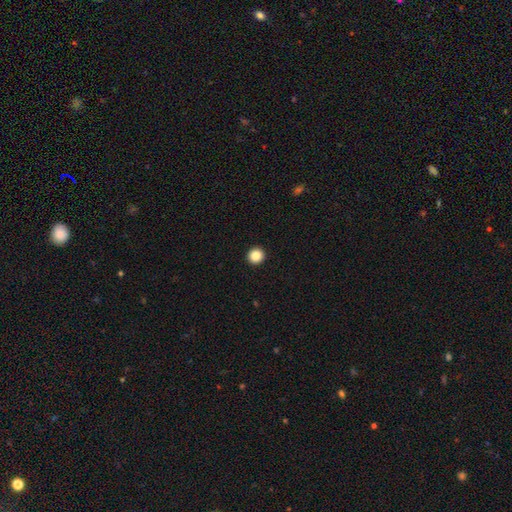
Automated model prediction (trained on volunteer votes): This appears to be a smooth galaxy with no disk features (86%) that is round (94%). Merging: none (94%).